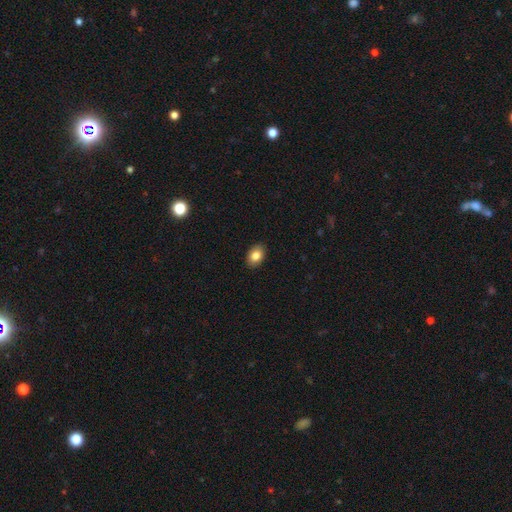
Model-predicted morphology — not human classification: Smooth or featured? Predicted: smooth (p=0.84). How rounded? Predicted: in between (p=0.79). Merging? Predicted: none (p=0.90).